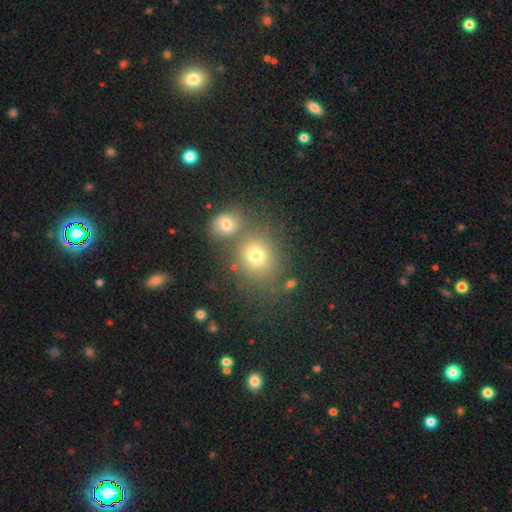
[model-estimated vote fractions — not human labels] Smooth or featured? smooth (72%)
How rounded? round (73%)
Merging? none (61%)